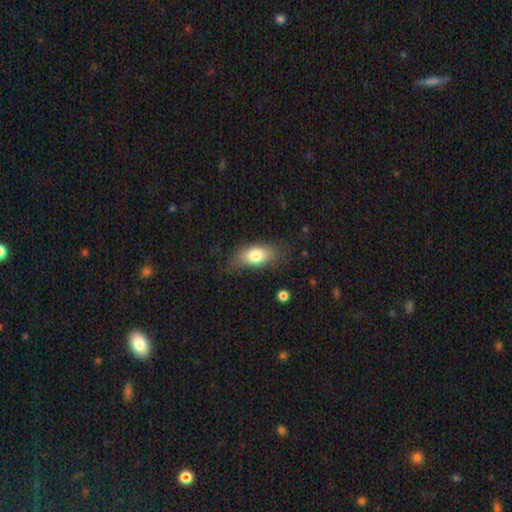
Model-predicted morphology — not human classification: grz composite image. It shows a smooth galaxy with no disk features (75%) that is in between round and cigar-shaped (83%). Merging: none (68%).